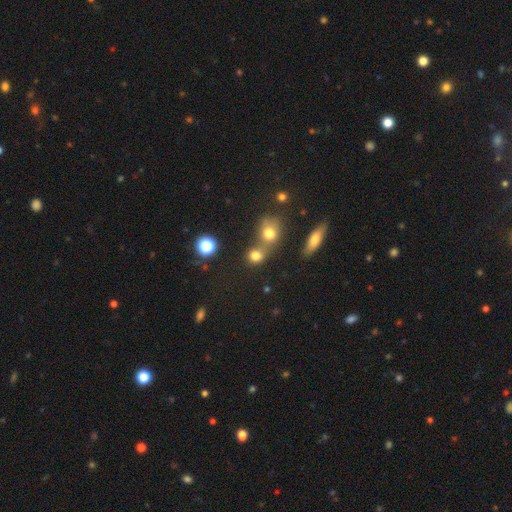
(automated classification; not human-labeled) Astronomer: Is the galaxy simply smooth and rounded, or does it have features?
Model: smooth — 77%.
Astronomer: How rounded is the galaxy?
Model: round — 77%.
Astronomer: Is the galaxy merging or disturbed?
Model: none — 46% (runner-up: merger, 42%).